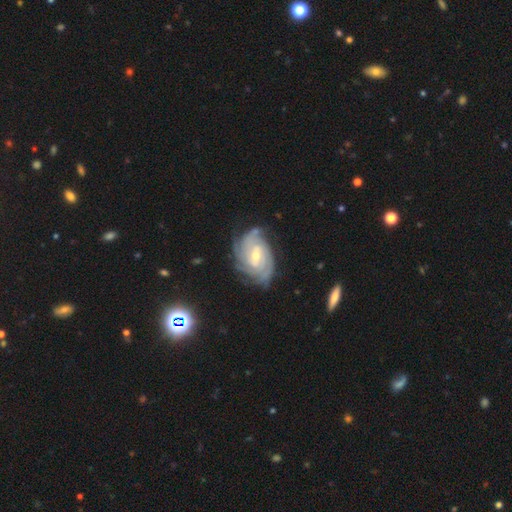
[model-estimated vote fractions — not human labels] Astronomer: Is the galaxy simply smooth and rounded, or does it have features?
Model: featured or disk — 87%.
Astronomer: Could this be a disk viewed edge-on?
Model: no — 97%.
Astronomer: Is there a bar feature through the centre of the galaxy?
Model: weak — 53% (runner-up: no, 33%).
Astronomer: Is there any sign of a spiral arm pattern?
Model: yes — 96%.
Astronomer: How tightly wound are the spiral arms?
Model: tight — 71%.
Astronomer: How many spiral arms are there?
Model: can't tell — 30% (runner-up: 3, 22%).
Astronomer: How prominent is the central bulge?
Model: moderate — 52% (runner-up: small, 44%).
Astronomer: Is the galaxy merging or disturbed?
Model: none — 69%.